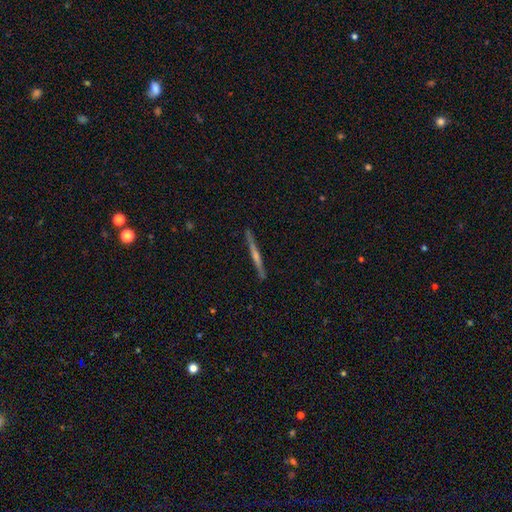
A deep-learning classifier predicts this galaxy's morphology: Smooth or featured: featured or disk — 64% (smooth — 22%)
Edge-on disk: yes — 92% (no — 8%)
Edge-on bulge: rounded — 65% (none — 24%)
Merging: none — 86% (minor disturbance — 9%)